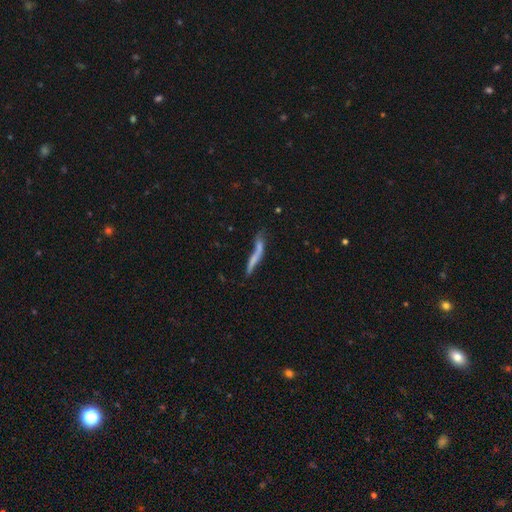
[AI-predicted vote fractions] Smooth or featured? Predicted: smooth (p=0.51). How rounded? Predicted: cigar-shaped (p=0.91). Merging? Predicted: none (p=0.46).